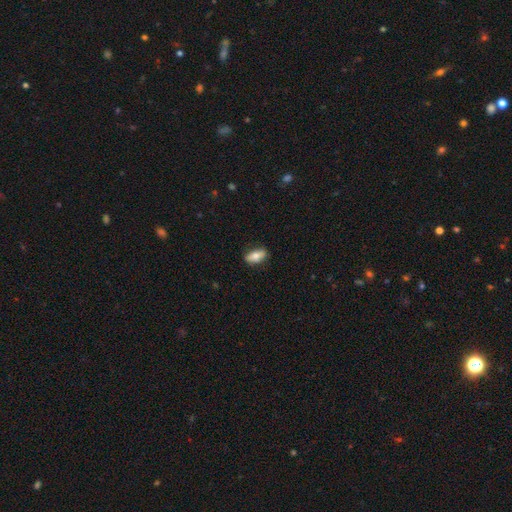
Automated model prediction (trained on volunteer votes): Smooth or featured: smooth — 69% (featured or disk — 24%)
How rounded: in between — 82% (cigar-shaped — 14%)
Merging: none — 82% (minor disturbance — 15%)